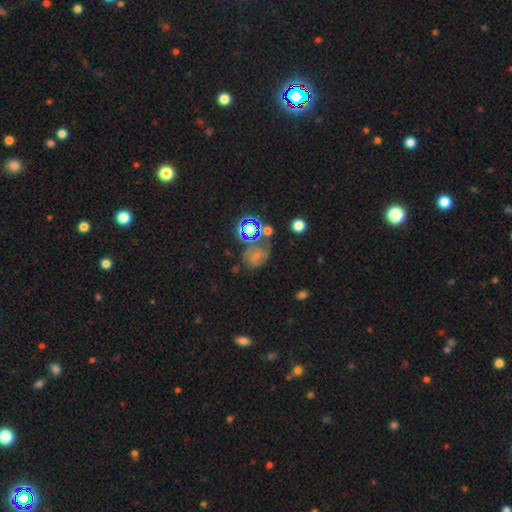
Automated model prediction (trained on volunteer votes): Overall: smooth (37%; featured or disk 33%). Merging: none (40%; minor disturbance 22%).